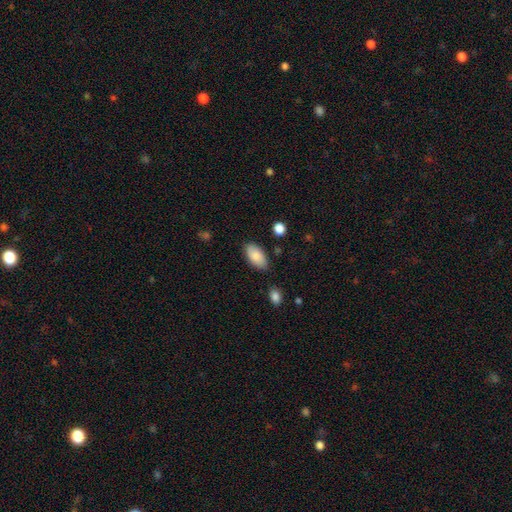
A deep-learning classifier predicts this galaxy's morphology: This is clearly a smooth galaxy (85%). How rounded: clearly in between (94%). Merging: clearly none (80%).